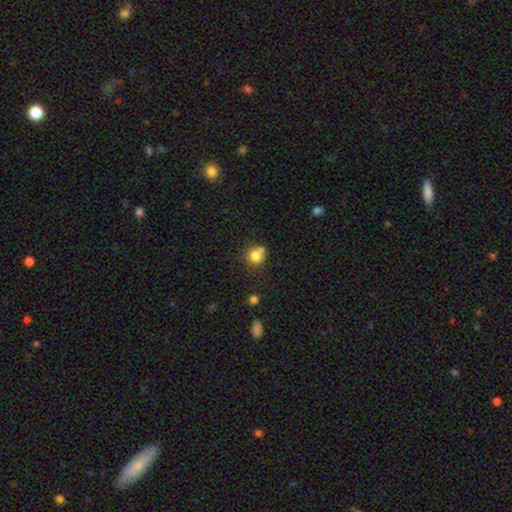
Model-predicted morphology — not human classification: smooth_or_featured: smooth (p=0.81) [alt: star or artifact p=0.11]
how_rounded: round (p=0.85) [alt: in between p=0.14]
merging: none (p=0.58) [alt: merger p=0.21]